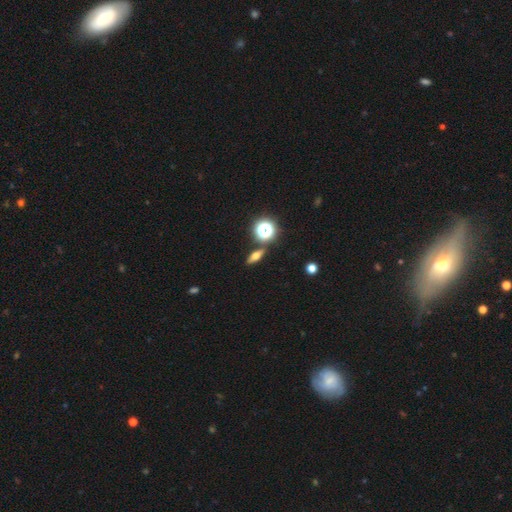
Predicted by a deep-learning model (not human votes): Smooth or featured?
  - smooth: 43% *
  - featured or disk: 40%
  - star or artifact: 17%
Merging?
  - none: 85% *
  - minor disturbance: 8%
  - merger: 5%
  - major disturbance: 2%